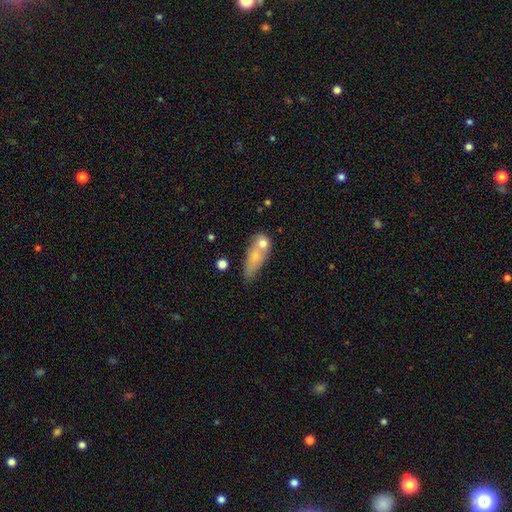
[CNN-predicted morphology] smooth_or_featured: smooth (p=0.65) [alt: featured or disk p=0.25]
how_rounded: in between (p=0.57) [alt: cigar-shaped p=0.31]
merging: merger (p=0.37) [alt: none p=0.35]